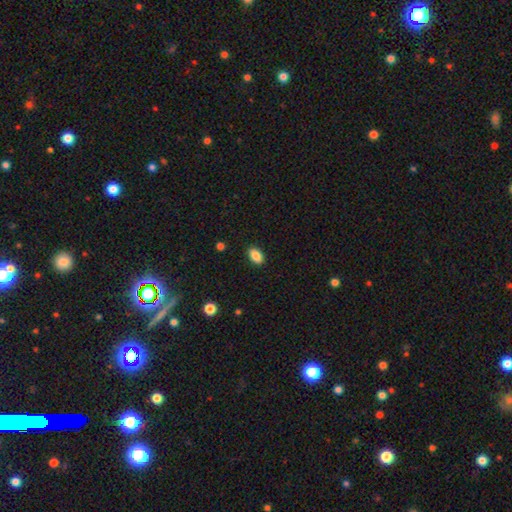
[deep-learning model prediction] A smooth galaxy with no disk features (87%) that is in between round and cigar-shaped (90%).

Vote fractions:
- Smooth or featured? smooth: 87% / star or artifact: 8% / featured or disk: 5%
- How rounded? in between: 90% / round: 8% / cigar-shaped: 2%
- Merging? none: 89% / minor disturbance: 8% / major disturbance: 2% / merger: 1%